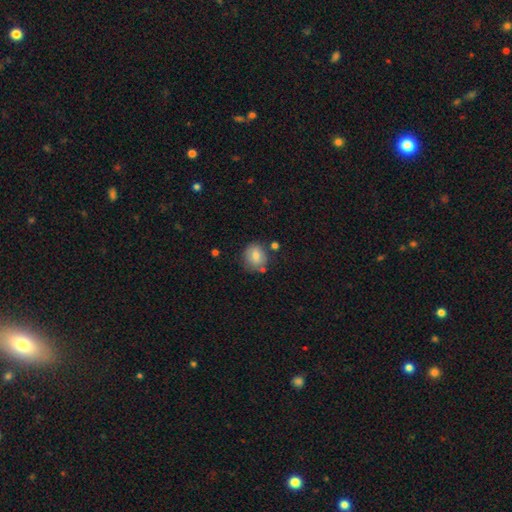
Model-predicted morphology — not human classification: type=smooth (76%); roundness=round (73%); merging=none (70%).